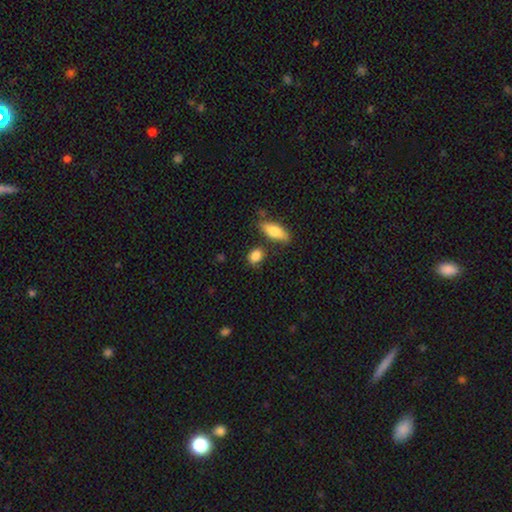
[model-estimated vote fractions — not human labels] Smooth or featured? smooth (85%)
How rounded? in between (52%)
Merging? none (72%)